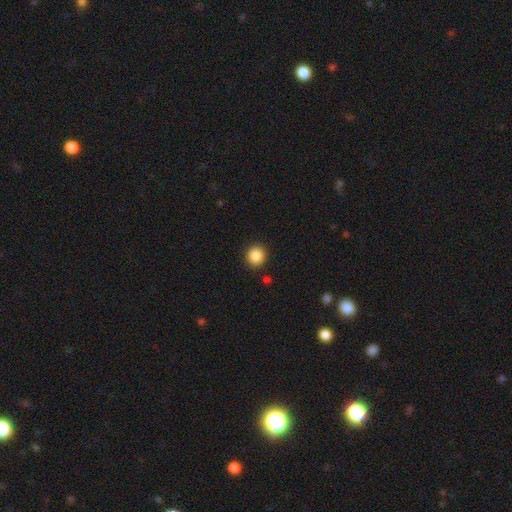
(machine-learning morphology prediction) smooth 87%, star or artifact 10%, featured or disk 3%. Down the decision tree: how rounded — round (89%); merging — none (90%).